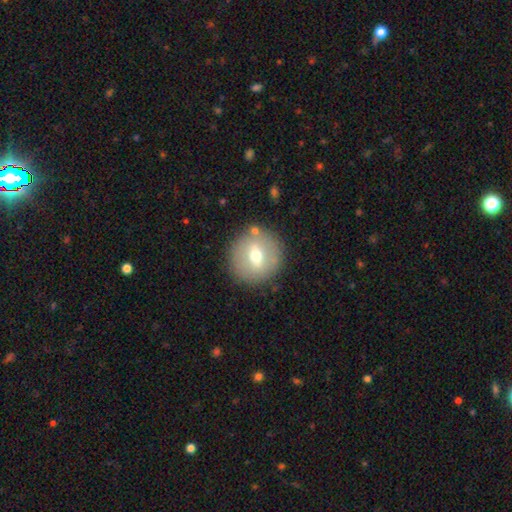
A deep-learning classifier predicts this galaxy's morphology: type=smooth (56%); roundness=round (91%); merging=none (85%).